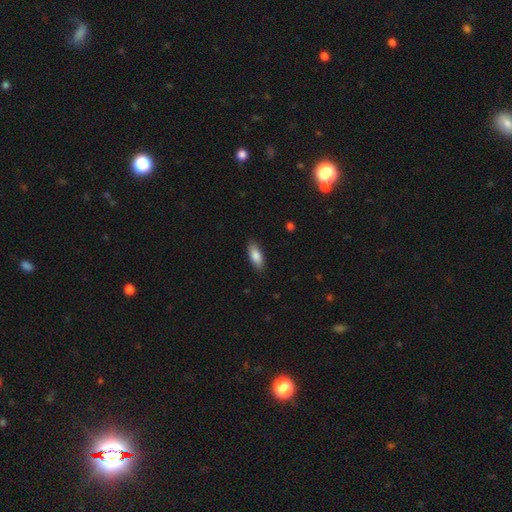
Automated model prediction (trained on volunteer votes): Overall: smooth (84%). How rounded: in between (78%). Merging: none (86%).